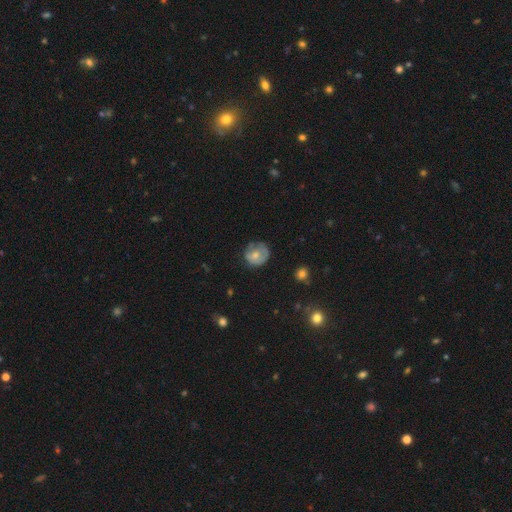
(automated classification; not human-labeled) Overall: smooth (56%; featured or disk 36%). How rounded: round (78%). Merging: none (57%; minor disturbance 29%).